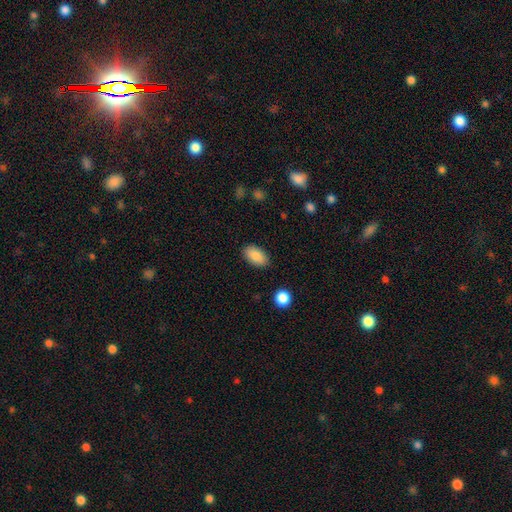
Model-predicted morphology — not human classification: smooth-or-featured: smooth: 88% | star or artifact: 7% | featured or disk: 5%
  how-rounded: in between: 94% | round: 4% | cigar-shaped: 2%
  merging: none: 86% | minor disturbance: 10% | major disturbance: 2% | merger: 1%